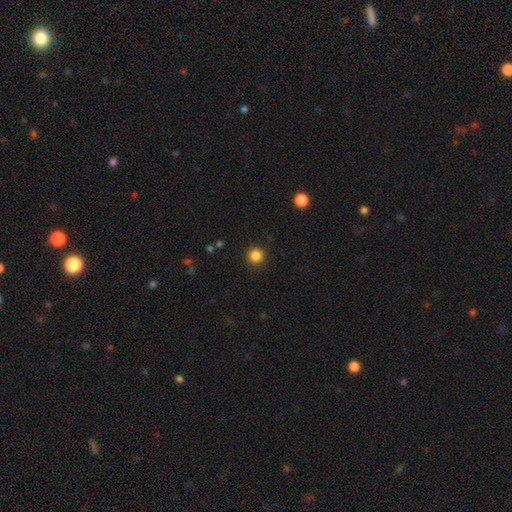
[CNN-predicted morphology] smooth 85%, star or artifact 12%, featured or disk 3%. Down the decision tree: how rounded — round (95%); merging — none (91%).